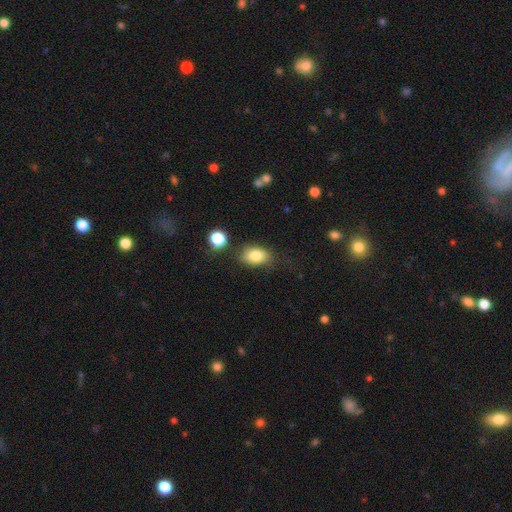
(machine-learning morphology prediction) Smooth or featured?
  - smooth: 83% *
  - star or artifact: 9%
  - featured or disk: 9%
How rounded?
  - in between: 83% *
  - round: 15%
  - cigar-shaped: 1%
Merging?
  - none: 73% *
  - minor disturbance: 17%
  - major disturbance: 5%
  - merger: 5%